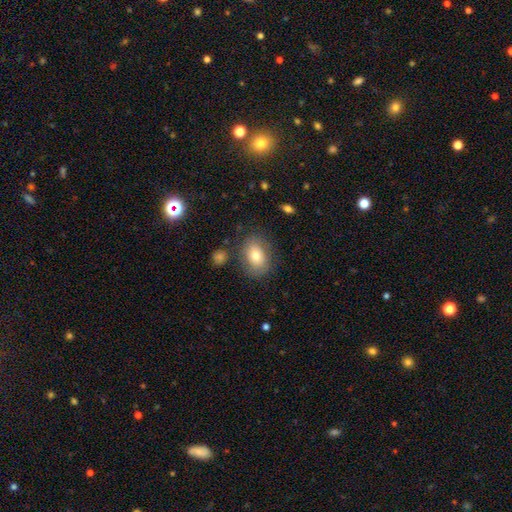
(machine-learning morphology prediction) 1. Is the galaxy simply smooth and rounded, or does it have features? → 76% smooth, 15% featured or disk, 9% star or artifact.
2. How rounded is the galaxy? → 69% in between, 30% round, 1% cigar-shaped.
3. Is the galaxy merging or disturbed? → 79% none, 13% minor disturbance, 5% major disturbance, 4% merger.